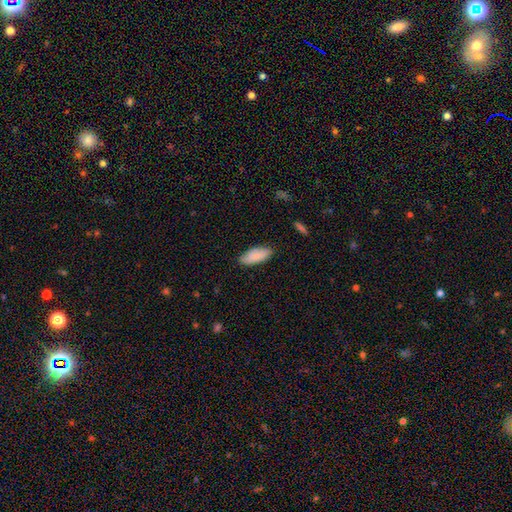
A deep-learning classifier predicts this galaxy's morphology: smooth_or_featured: smooth (p=0.86) [alt: featured or disk p=0.08]
how_rounded: in between (p=0.83) [alt: cigar-shaped p=0.15]
merging: none (p=0.83) [alt: minor disturbance p=0.13]